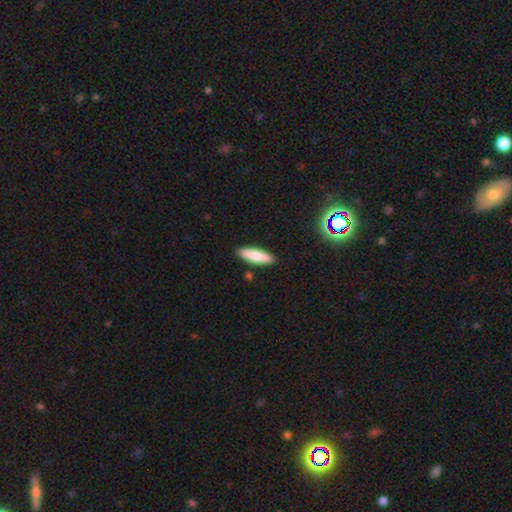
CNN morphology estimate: Overall: smooth (76%). How rounded: cigar-shaped (63%; in between 35%). Merging: none (89%).